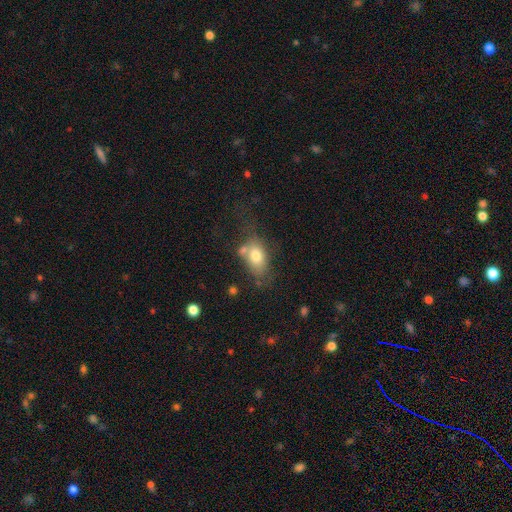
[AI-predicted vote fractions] smooth 73%, featured or disk 18%, star or artifact 9%. Down the decision tree: how rounded — in between (82%); merging — none (43%).